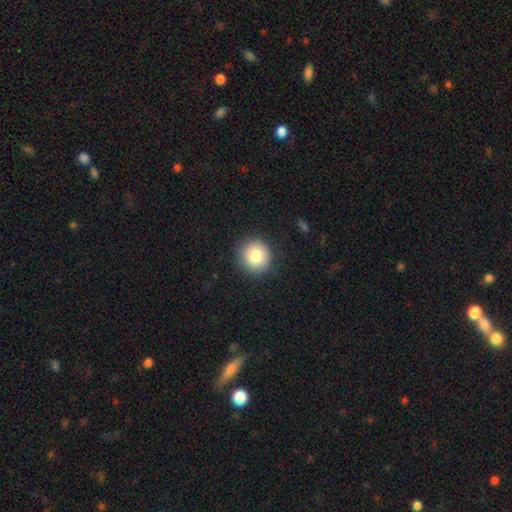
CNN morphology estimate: This is clearly a smooth galaxy (81%). How rounded: clearly round (93%). Merging: clearly none (90%).